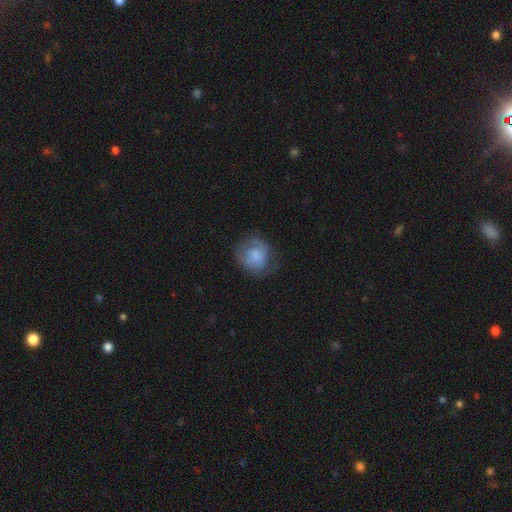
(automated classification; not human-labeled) Smooth or featured: smooth — 55% (featured or disk — 37%)
How rounded: round — 74% (in between — 25%)
Merging: none — 58% (minor disturbance — 25%)